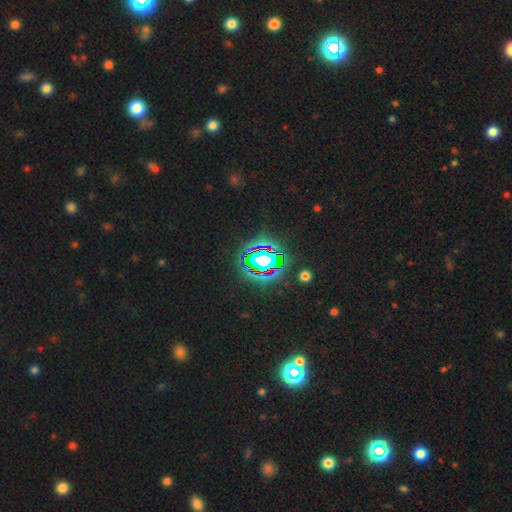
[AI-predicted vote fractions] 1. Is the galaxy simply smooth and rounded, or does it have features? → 71% star or artifact, 15% smooth, 14% featured or disk.